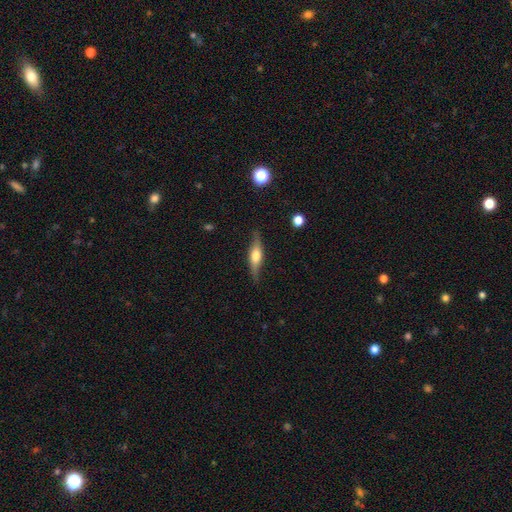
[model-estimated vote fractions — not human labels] Overall: featured or disk (62%; smooth 33%). Edge-on disk: yes (91%). Edge-on bulge: rounded (89%). Merging: none (81%).